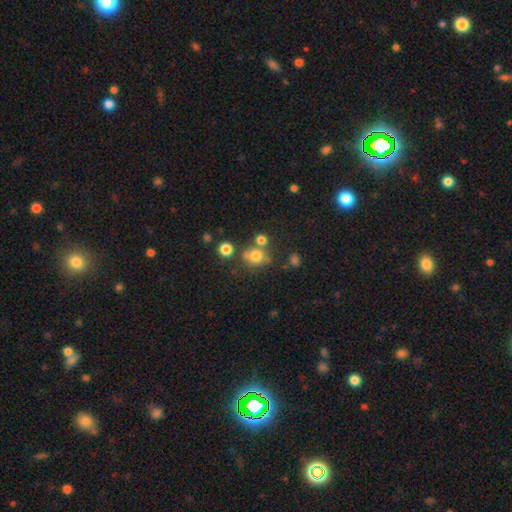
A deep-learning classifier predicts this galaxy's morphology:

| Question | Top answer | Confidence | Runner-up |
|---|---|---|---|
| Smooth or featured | smooth | 74% | star or artifact (16%) |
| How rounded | round | 82% | in between (17%) |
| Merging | none | 62% | merger (19%) |